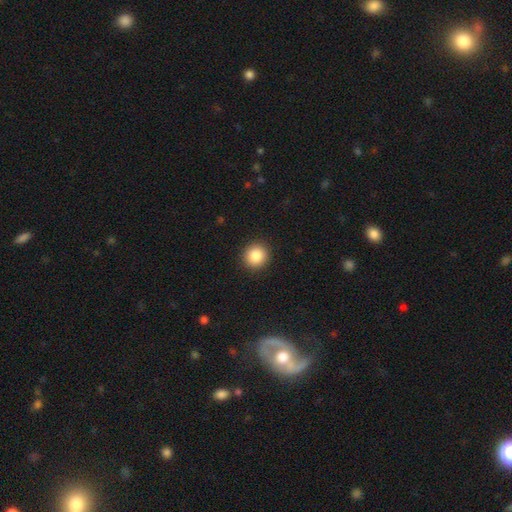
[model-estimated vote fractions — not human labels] Smooth or featured: smooth — 86% (star or artifact — 9%)
How rounded: round — 91% (in between — 8%)
Merging: none — 92% (minor disturbance — 5%)